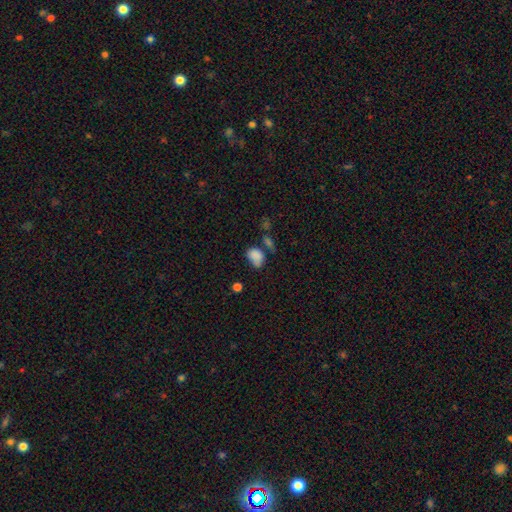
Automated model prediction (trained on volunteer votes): Q: Smooth or featured?
A: smooth (83%); runner-up: star or artifact (10%)
Q: How rounded?
A: in between (77%); runner-up: round (21%)
Q: Merging?
A: none (43%); runner-up: minor disturbance (29%)